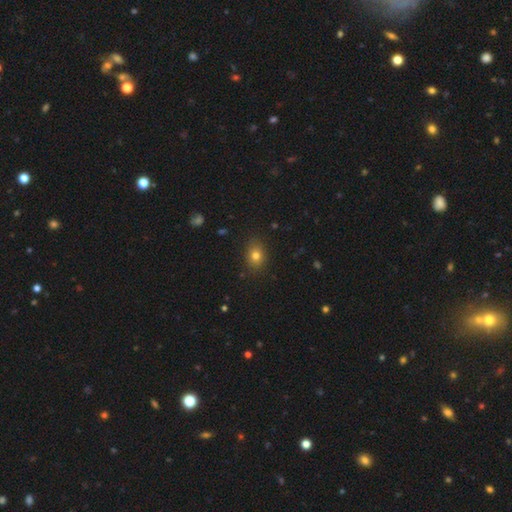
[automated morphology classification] This is likely a smooth galaxy (77%). How rounded: possibly in between (56%). Merging: clearly none (86%).